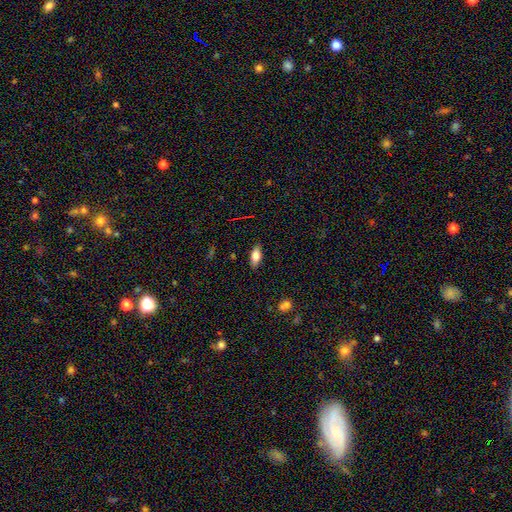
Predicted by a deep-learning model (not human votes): A smooth galaxy with no disk features (78%) that is in between round and cigar-shaped (84%).

Vote fractions:
- Smooth or featured? smooth: 78% / featured or disk: 13% / star or artifact: 8%
- How rounded? in between: 84% / cigar-shaped: 13% / round: 3%
- Merging? none: 87% / minor disturbance: 10% / major disturbance: 2% / merger: 1%